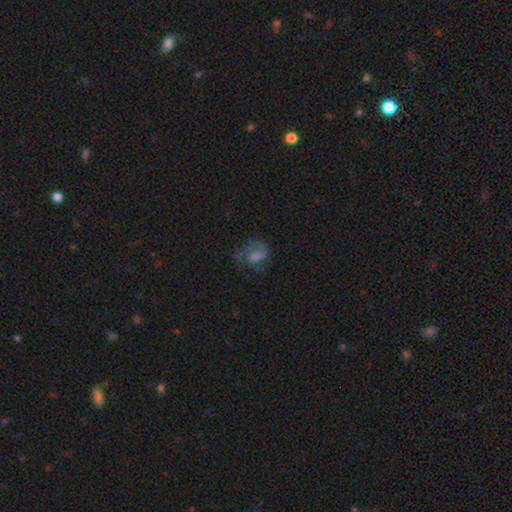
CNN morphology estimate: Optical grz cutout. It shows a featured or disk galaxy (51%). Merging: none (46%).